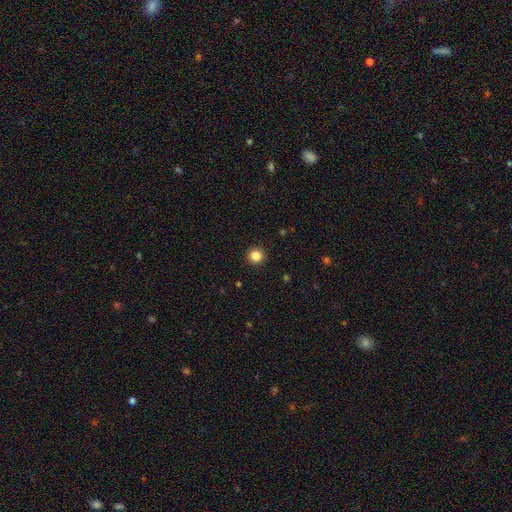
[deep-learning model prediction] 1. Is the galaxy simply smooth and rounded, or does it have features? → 85% smooth, 11% star or artifact, 4% featured or disk.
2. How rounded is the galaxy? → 96% round, 3% in between, 1% cigar-shaped.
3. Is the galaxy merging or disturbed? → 93% none, 4% minor disturbance, 2% major disturbance, 1% merger.